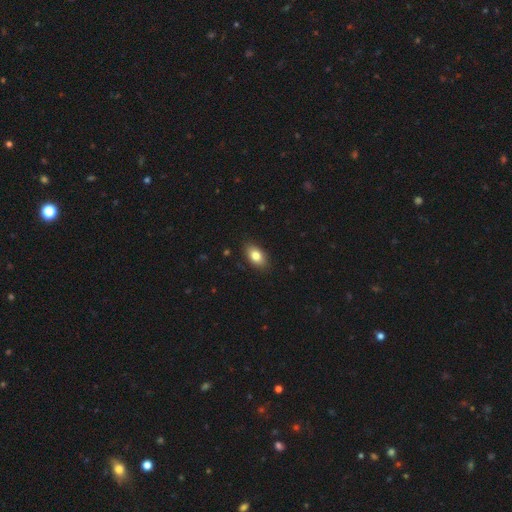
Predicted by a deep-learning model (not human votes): This is clearly a smooth galaxy (81%). How rounded: clearly in between (90%). Merging: clearly none (87%).